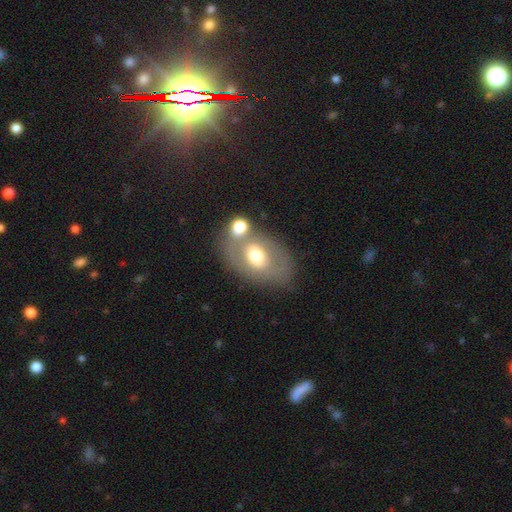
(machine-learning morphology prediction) Overall: smooth (52%; featured or disk 39%). How rounded: in between (77%). Merging: none (46%; merger 32%).